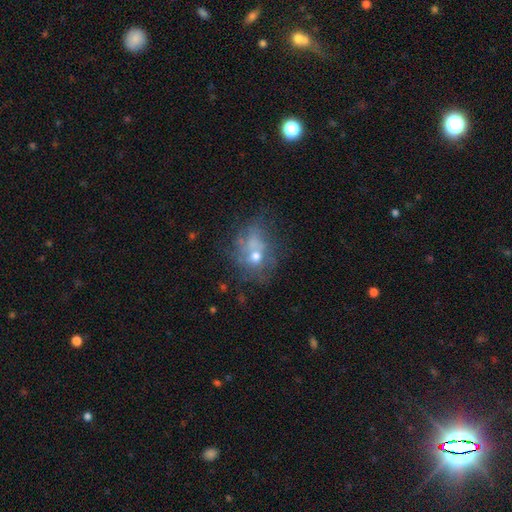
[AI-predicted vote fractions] This appears to be a featured or disk galaxy (42%). Merging: none (46%).